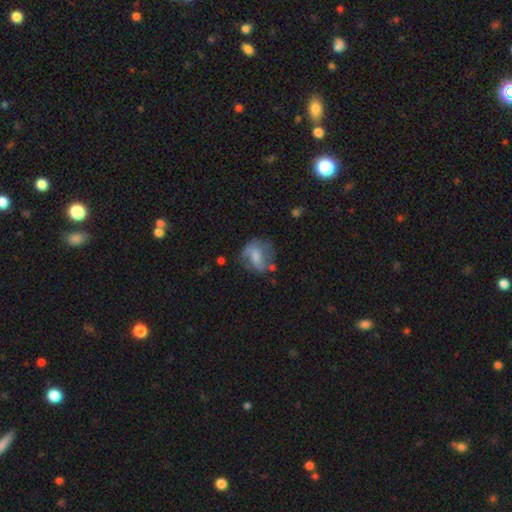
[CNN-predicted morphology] Smooth or featured? featured or disk (47%)
Merging? none (46%)